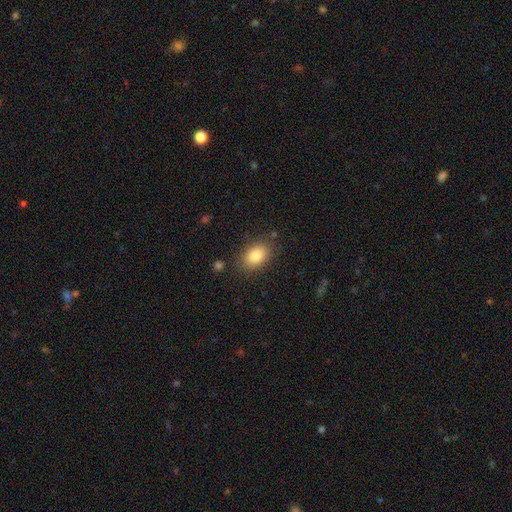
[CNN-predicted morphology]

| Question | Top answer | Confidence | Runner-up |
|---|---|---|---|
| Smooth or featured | smooth | 83% | featured or disk (8%) |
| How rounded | in between | 85% | round (13%) |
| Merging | none | 82% | minor disturbance (12%) |